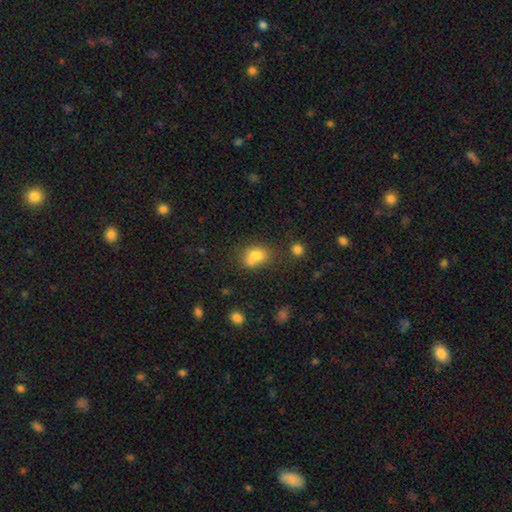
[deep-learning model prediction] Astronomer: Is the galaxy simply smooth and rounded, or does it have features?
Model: smooth — 76%.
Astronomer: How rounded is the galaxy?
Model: in between — 56% (runner-up: round, 43%).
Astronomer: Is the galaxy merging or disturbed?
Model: none — 44% (runner-up: merger, 28%).